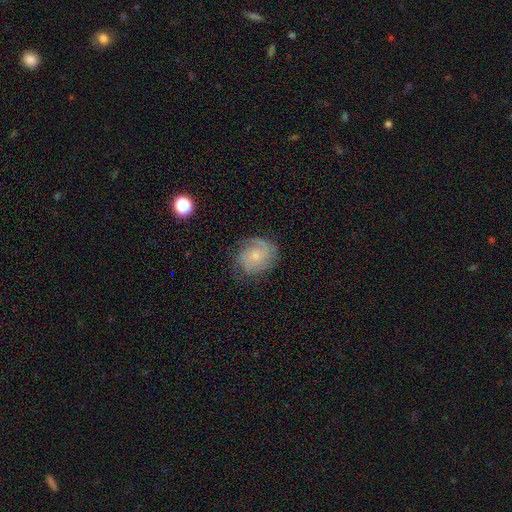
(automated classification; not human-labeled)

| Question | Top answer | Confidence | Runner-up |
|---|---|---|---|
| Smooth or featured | featured or disk | 68% | smooth (24%) |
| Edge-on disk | no | 98% | yes (2%) |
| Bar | no | 71% | weak (26%) |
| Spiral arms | yes | 92% | no (8%) |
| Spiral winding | tight | 52% | medium (36%) |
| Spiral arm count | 2 | 35% | can't tell (30%) |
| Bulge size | small | 56% | moderate (29%) |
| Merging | none | 70% | minor disturbance (20%) |